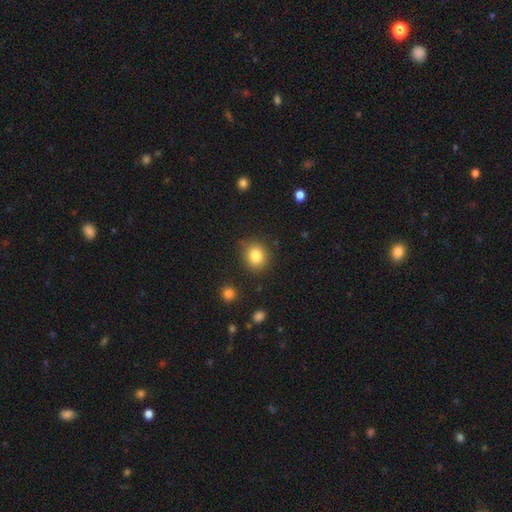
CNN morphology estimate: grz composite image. It shows a smooth galaxy with no disk features (83%) that is round (76%). Merging: none (81%).